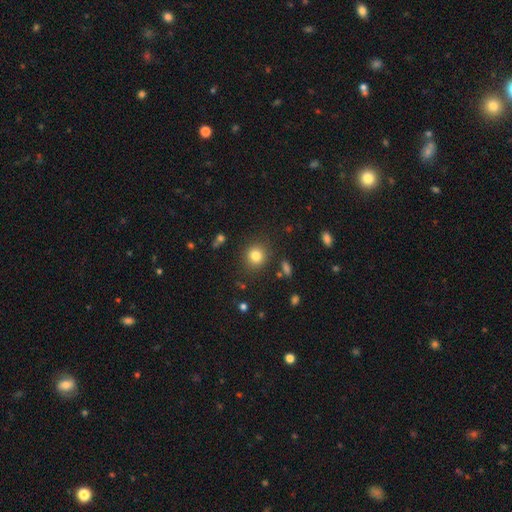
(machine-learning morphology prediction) The model was most divided on "smooth or featured": smooth: 81%, star or artifact: 12%, featured or disk: 7%. More confident: merging — none (86%); how rounded — round (85%).